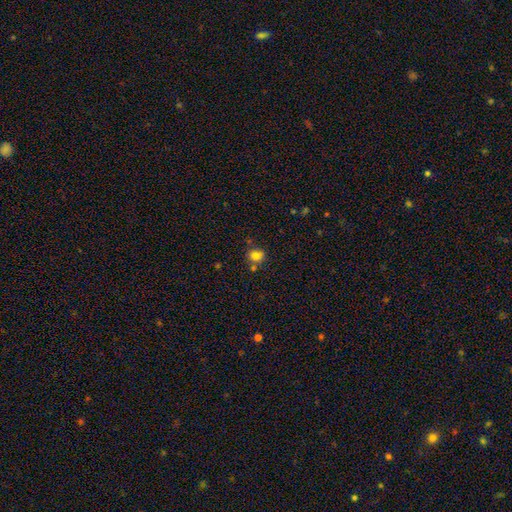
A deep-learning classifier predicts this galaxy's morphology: Smooth or featured?
  - smooth: 77% *
  - star or artifact: 14%
  - featured or disk: 9%
How rounded?
  - round: 65% *
  - in between: 34%
  - cigar-shaped: 1%
Merging?
  - none: 59% *
  - minor disturbance: 19%
  - merger: 16%
  - major disturbance: 6%